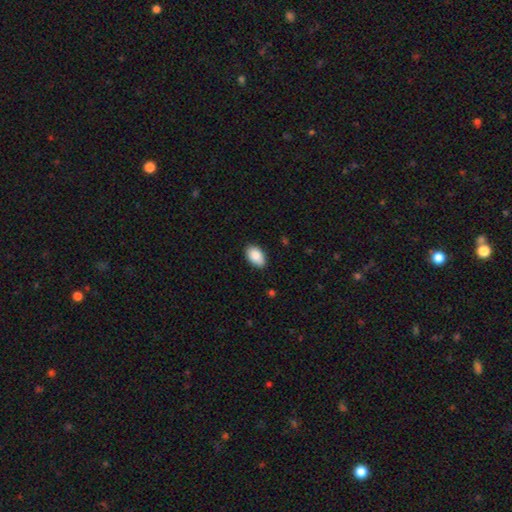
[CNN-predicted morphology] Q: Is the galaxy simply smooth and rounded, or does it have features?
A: smooth — 89%.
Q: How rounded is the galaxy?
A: in between — 93%.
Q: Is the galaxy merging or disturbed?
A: none — 86%.